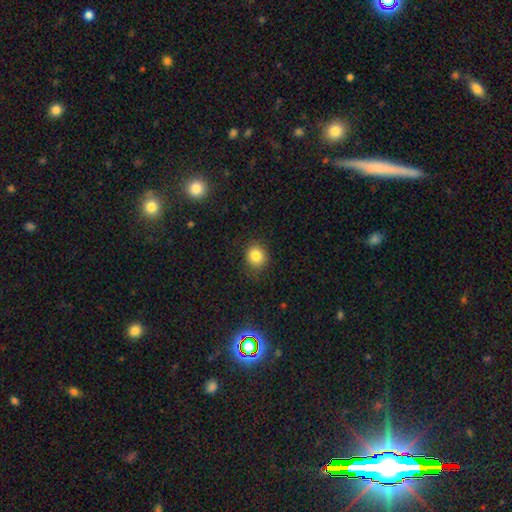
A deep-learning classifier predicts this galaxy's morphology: This is clearly a smooth galaxy (83%). How rounded: likely round (77%). Merging: clearly none (85%).